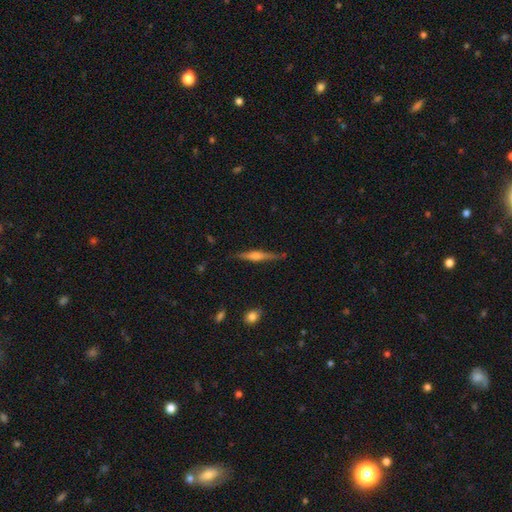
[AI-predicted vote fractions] Q: Smooth or featured?
A: featured or disk (68%); runner-up: smooth (25%)
Q: Edge-on disk?
A: yes (97%); runner-up: no (3%)
Q: Edge-on bulge?
A: rounded (71%); runner-up: boxy (21%)
Q: Merging?
A: none (85%); runner-up: minor disturbance (12%)